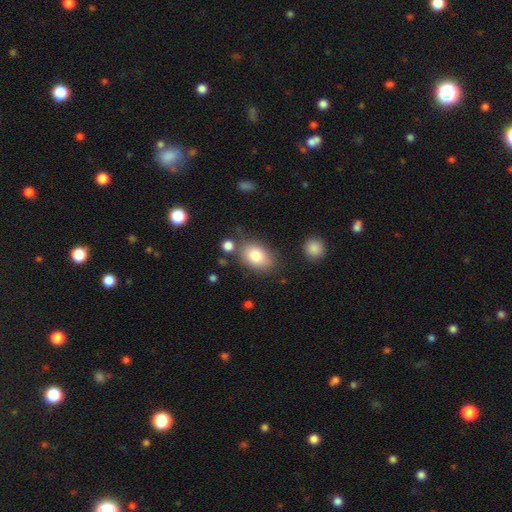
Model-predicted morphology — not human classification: type=smooth (81%); roundness=in between (83%); merging=none (73%).